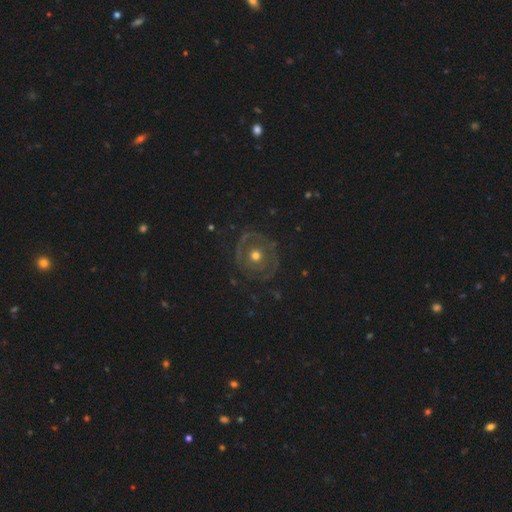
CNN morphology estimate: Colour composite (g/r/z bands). It shows a featured or disk galaxy (65%) with no bar (87%), spiral arms (52%) and a moderate central bulge (73%). Merging: none (72%).